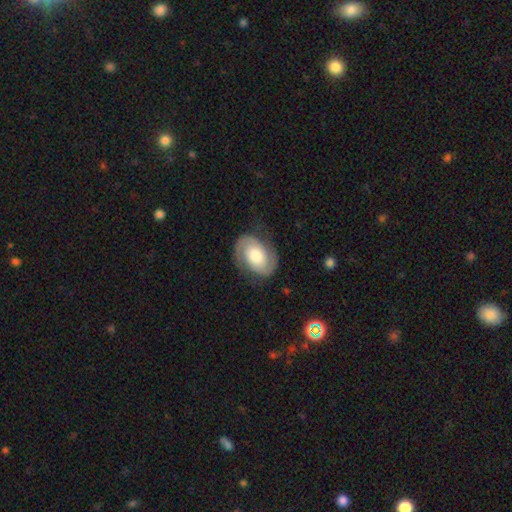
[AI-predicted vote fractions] Morphology: type=featured or disk (80%); edge-on=no (98%); bar=no (66%); spiral arms=yes (95%); winding=tight (45%); arm count=2 (92%); bulge=moderate (49%); merging=none (78%).